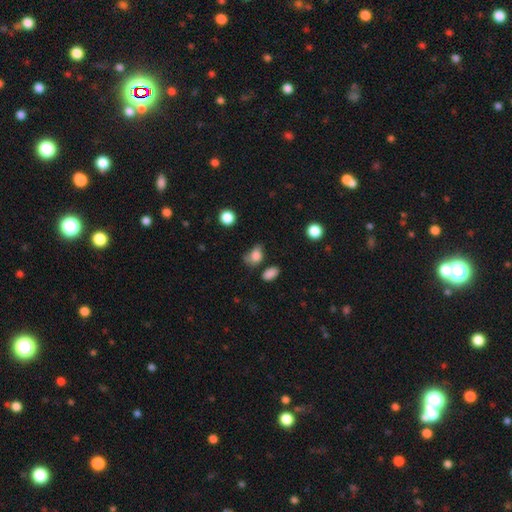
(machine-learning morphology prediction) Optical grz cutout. It shows a smooth galaxy with no disk features (79%) that is in between round and cigar-shaped (74%). Merging: none (44%).